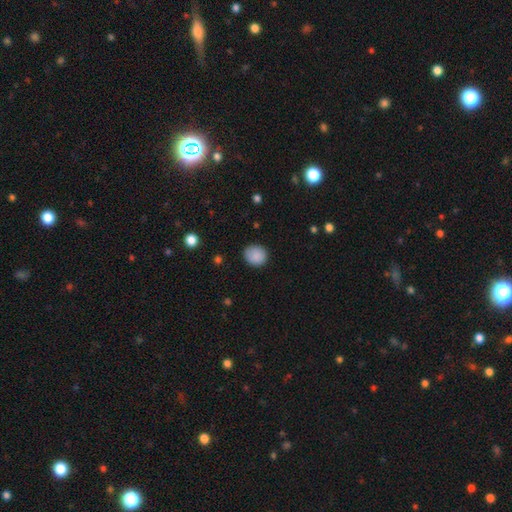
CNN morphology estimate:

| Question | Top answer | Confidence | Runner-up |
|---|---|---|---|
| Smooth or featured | smooth | 88% | star or artifact (8%) |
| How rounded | round | 82% | in between (17%) |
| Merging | none | 84% | minor disturbance (12%) |